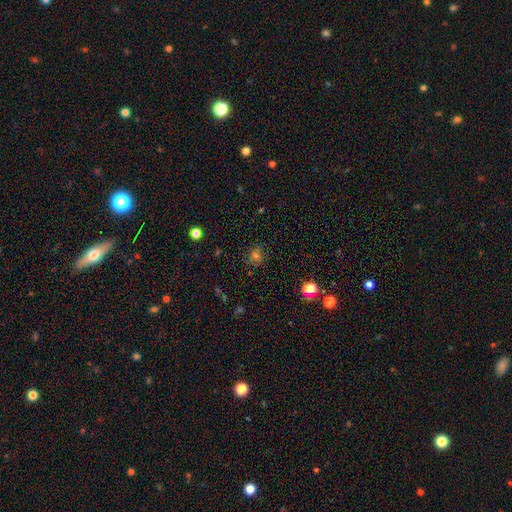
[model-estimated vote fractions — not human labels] Overall: smooth (49%; star or artifact 37%). Merging: none (79%).